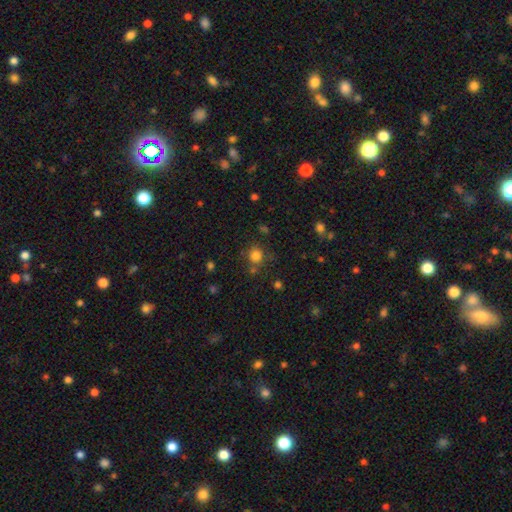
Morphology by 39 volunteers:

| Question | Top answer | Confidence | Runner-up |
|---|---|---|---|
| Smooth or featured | smooth | 85% | star or artifact (10%) |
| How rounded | round | 100% | — |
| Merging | none | 74% | minor disturbance (14%) |